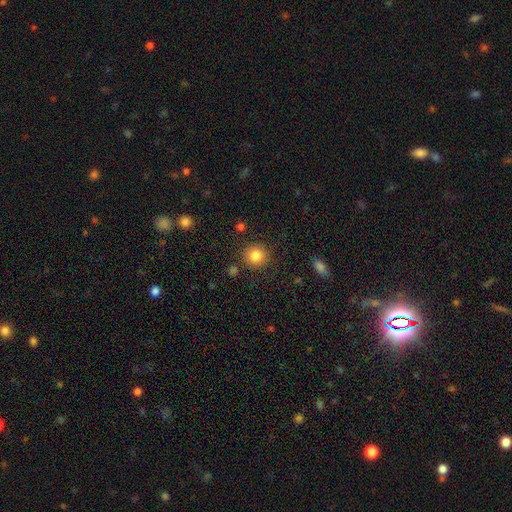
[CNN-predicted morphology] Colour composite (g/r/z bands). It shows a smooth galaxy with no disk features (84%) that is round (92%). Merging: none (86%).